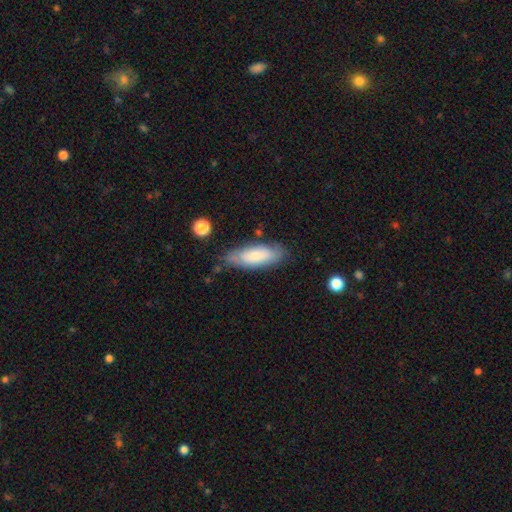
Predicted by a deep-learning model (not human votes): smooth 72%, featured or disk 22%, star or artifact 6%. Down the decision tree: how rounded — in between (66%); merging — none (76%).